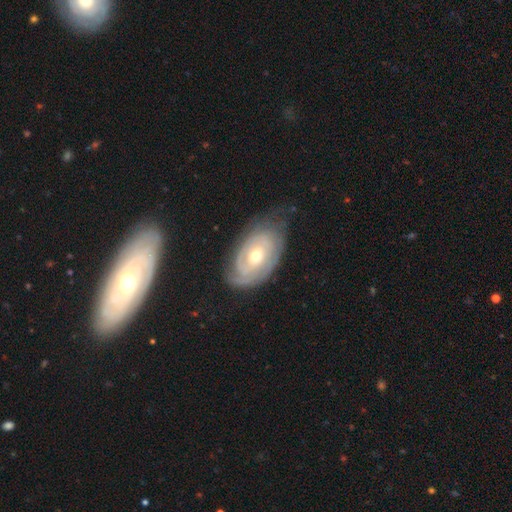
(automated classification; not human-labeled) Smooth or featured?
  - featured or disk: 78% *
  - smooth: 15%
  - star or artifact: 6%
Edge-on disk?
  - no: 94% *
  - yes: 6%
Bar?
  - no: 71% *
  - weak: 23%
  - strong: 6%
Spiral arms?
  - yes: 89% *
  - no: 11%
Spiral winding?
  - tight: 76% *
  - medium: 18%
  - loose: 6%
Spiral arm count?
  - can't tell: 44% *
  - 2: 26%
  - 3: 14%
  - 1: 7%
  - 4: 5%
  - more than 4: 4%
Bulge size?
  - moderate: 59% *
  - small: 37%
  - large: 2%
  - none: 1%
  - dominant: 1%
Merging?
  - none: 67% *
  - minor disturbance: 23%
  - major disturbance: 8%
  - merger: 3%